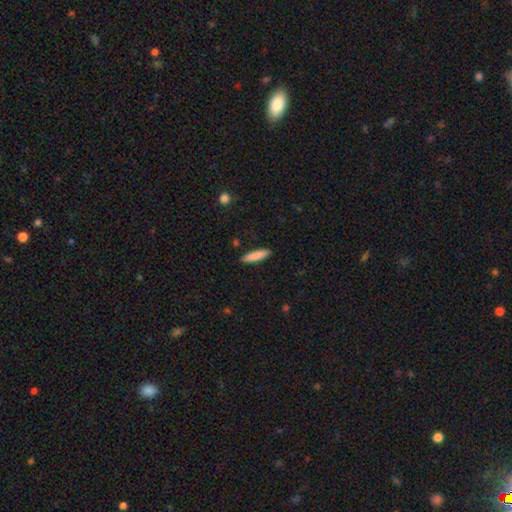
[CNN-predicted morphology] Smooth or featured? Predicted: smooth (p=0.86). How rounded? Predicted: cigar-shaped (p=0.80). Merging? Predicted: none (p=0.90).